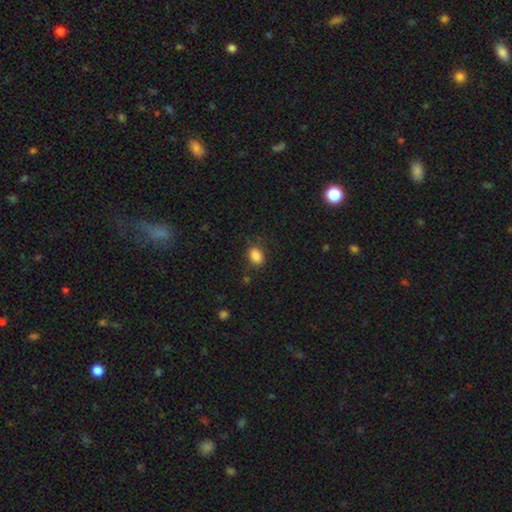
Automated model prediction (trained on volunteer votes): Smooth or featured: smooth — 86% (star or artifact — 10%)
How rounded: in between — 71% (round — 27%)
Merging: none — 77% (minor disturbance — 16%)